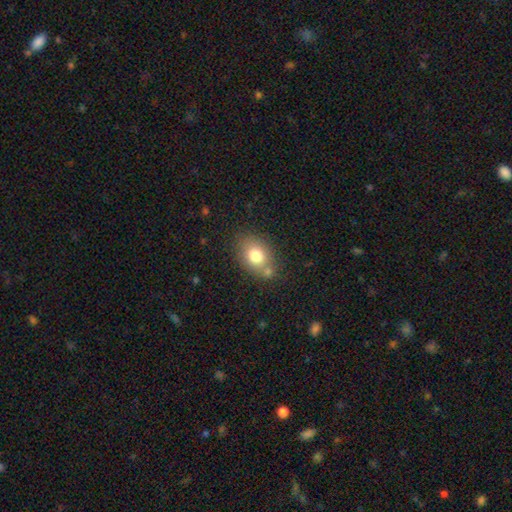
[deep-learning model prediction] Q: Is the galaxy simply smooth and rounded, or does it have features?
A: smooth — 77%.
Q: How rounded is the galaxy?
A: in between — 66%.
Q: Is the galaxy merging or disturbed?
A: none — 68%.